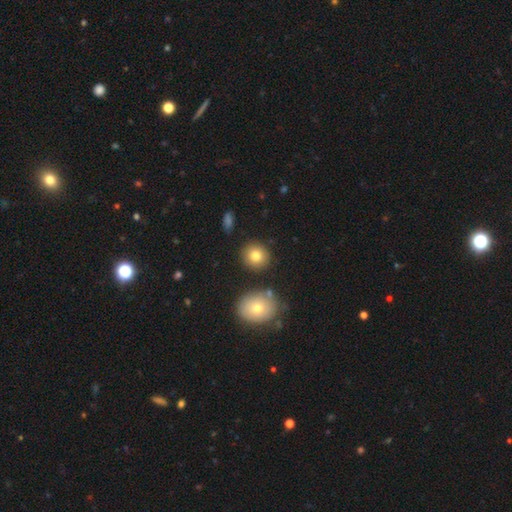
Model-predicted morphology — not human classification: smooth_or_featured: smooth (p=0.80) [alt: featured or disk p=0.10]
how_rounded: round (p=0.87) [alt: in between p=0.12]
merging: none (p=0.85) [alt: minor disturbance p=0.07]